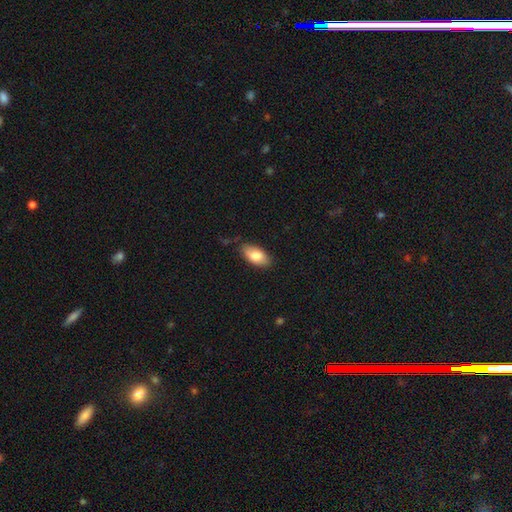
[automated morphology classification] This appears to be a smooth galaxy with no disk features (82%) that is in between round and cigar-shaped (92%). Merging: none (80%).